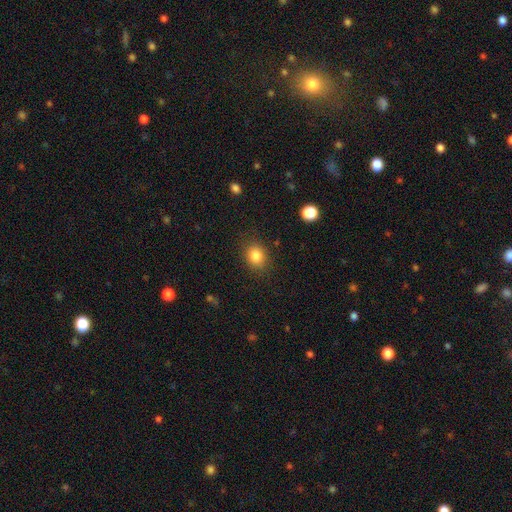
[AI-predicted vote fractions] A smooth galaxy with no disk features (84%) that is round (63%). Merging: none (86%).